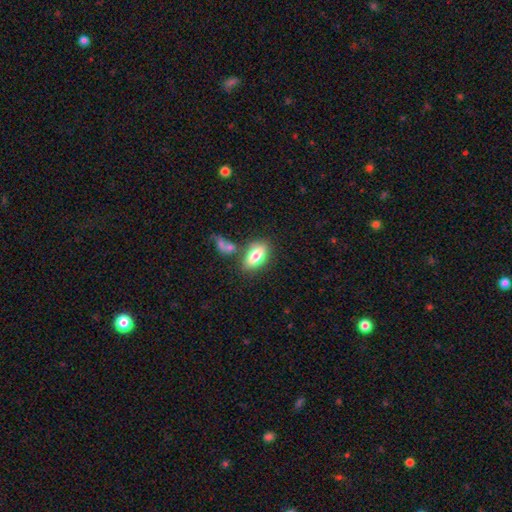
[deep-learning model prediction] A smooth galaxy with no disk features (74%) that is in between round and cigar-shaped (86%). Merging: none (65%).